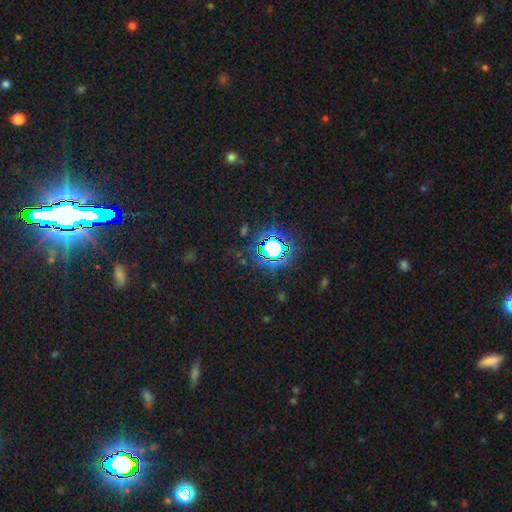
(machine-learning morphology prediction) A star or artifact, not a galaxy (84%).

Vote fractions:
- Smooth or featured? star or artifact: 84% / smooth: 9% / featured or disk: 7%